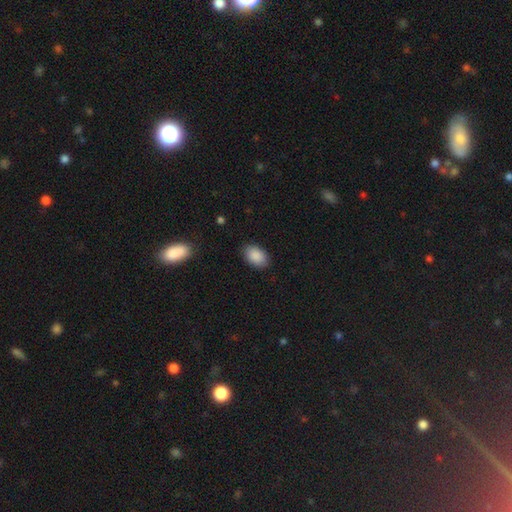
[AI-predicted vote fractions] smooth_or_featured: smooth (p=0.89) [alt: star or artifact p=0.07]
how_rounded: in between (p=0.89) [alt: round p=0.10]
merging: none (p=0.87) [alt: minor disturbance p=0.10]